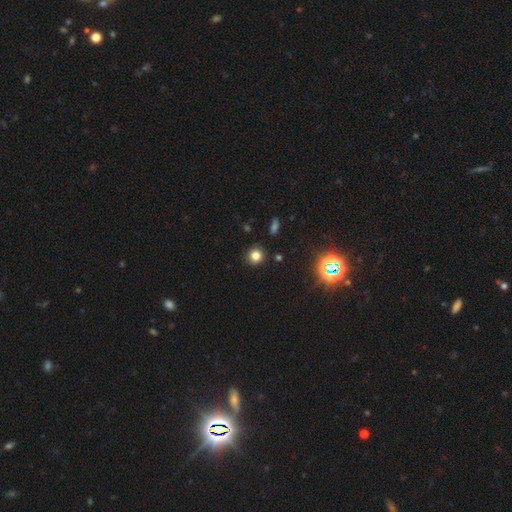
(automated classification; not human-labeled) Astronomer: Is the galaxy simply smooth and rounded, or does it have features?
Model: smooth — 78%.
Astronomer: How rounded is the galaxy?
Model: round — 90%.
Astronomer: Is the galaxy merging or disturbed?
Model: none — 89%.